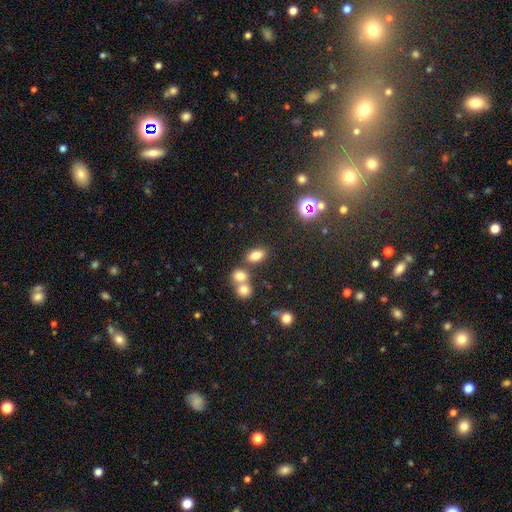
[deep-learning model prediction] Smooth or featured?
  - smooth: 76% *
  - star or artifact: 14%
  - featured or disk: 9%
How rounded?
  - in between: 83% *
  - round: 13%
  - cigar-shaped: 3%
Merging?
  - none: 62% *
  - merger: 24%
  - minor disturbance: 10%
  - major disturbance: 4%